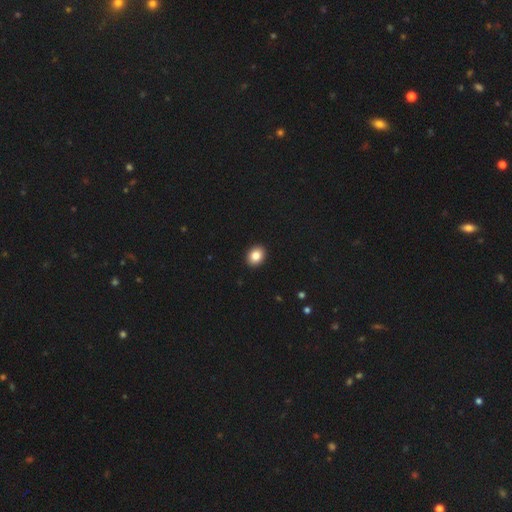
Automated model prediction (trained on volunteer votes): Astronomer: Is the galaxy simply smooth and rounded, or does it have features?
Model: smooth — 85%.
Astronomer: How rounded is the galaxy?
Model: in between — 54% (runner-up: round, 45%).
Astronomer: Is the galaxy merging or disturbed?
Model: none — 92%.